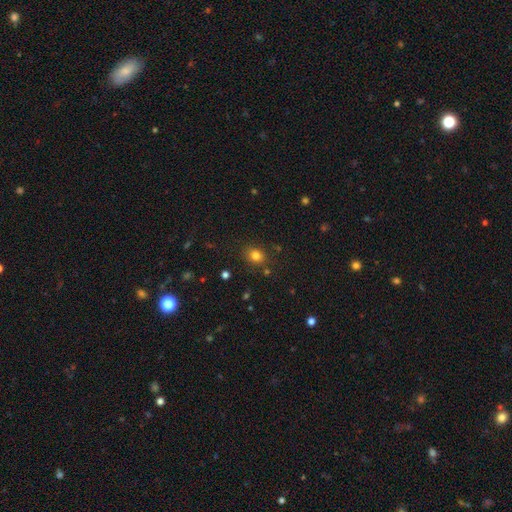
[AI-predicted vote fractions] This is likely a smooth galaxy (79%). How rounded: likely round (64%). Merging: clearly none (83%).